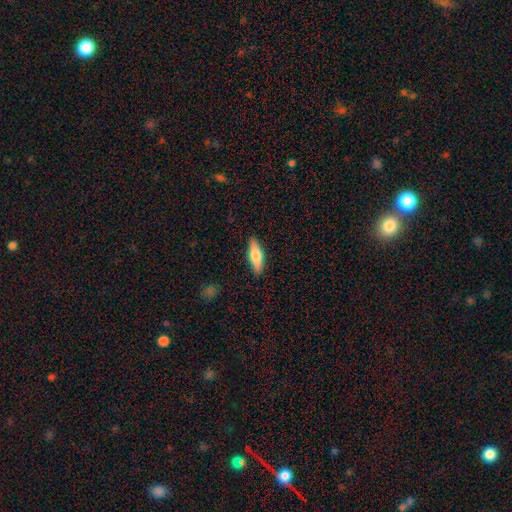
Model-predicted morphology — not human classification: smooth-or-featured: smooth: 61% | featured or disk: 34% | star or artifact: 6%
  how-rounded: cigar-shaped: 53% | in between: 45% | round: 2%
  merging: none: 89% | minor disturbance: 8% | major disturbance: 2% | merger: 1%